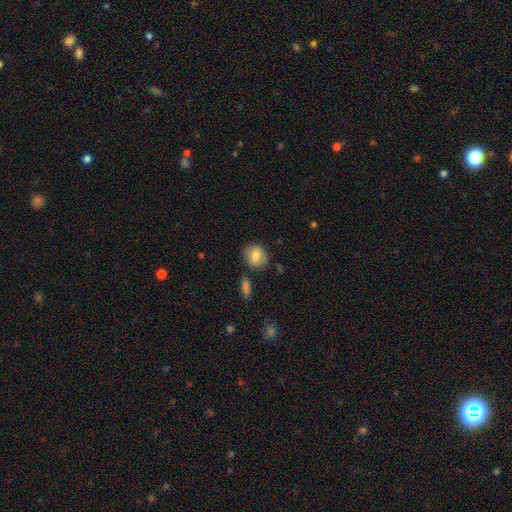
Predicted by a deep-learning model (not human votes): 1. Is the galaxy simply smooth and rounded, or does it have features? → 78% smooth, 14% featured or disk, 8% star or artifact.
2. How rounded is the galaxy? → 77% round, 21% in between, 1% cigar-shaped.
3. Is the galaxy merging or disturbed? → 82% none, 10% minor disturbance, 5% merger, 3% major disturbance.